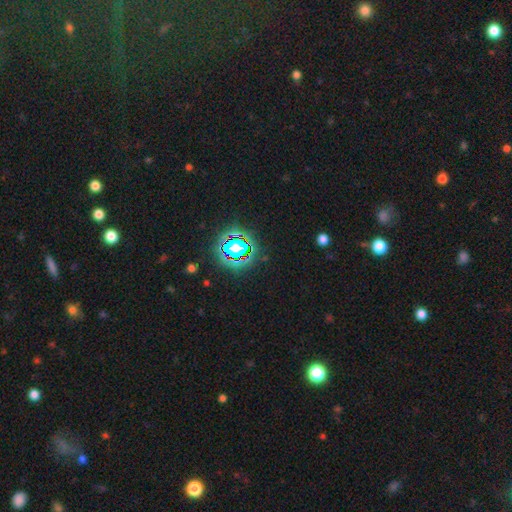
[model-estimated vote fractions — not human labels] Smooth or featured: star or artifact — 81% (smooth — 12%)